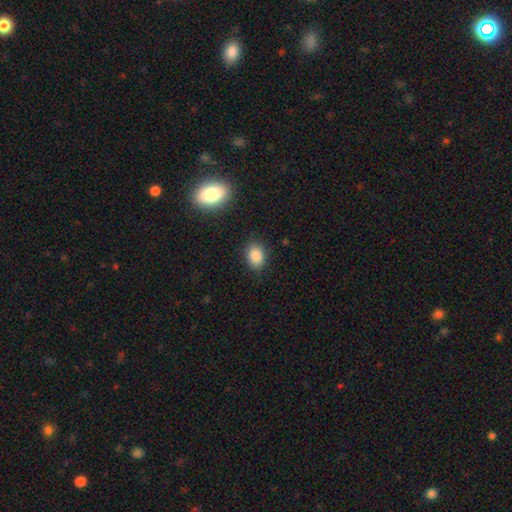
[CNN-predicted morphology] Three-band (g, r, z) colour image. It shows a smooth galaxy with no disk features (84%) that is in between round and cigar-shaped (65%). Merging: none (85%).